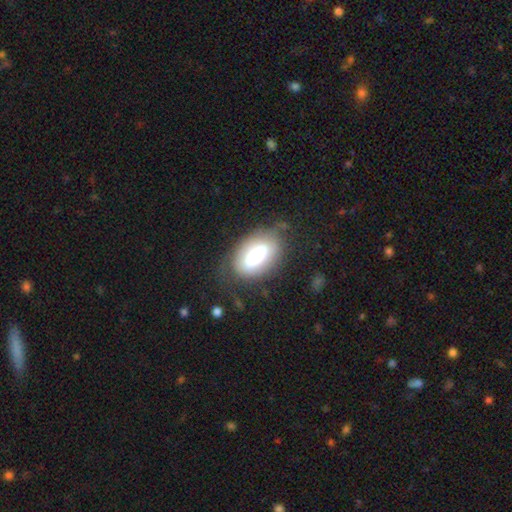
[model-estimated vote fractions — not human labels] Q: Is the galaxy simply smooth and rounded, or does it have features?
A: smooth — 53%.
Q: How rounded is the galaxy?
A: in between — 89%.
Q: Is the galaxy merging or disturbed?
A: none — 64%.